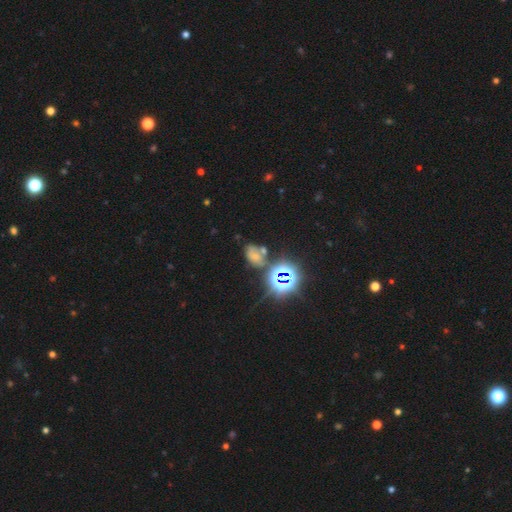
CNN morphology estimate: Q: Smooth or featured?
A: star or artifact (42%); runner-up: smooth (40%)